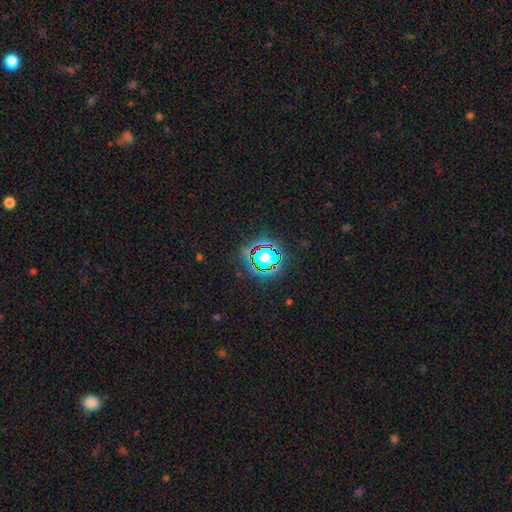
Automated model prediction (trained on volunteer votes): smooth-or-featured: star or artifact: 78% | smooth: 13% | featured or disk: 9%